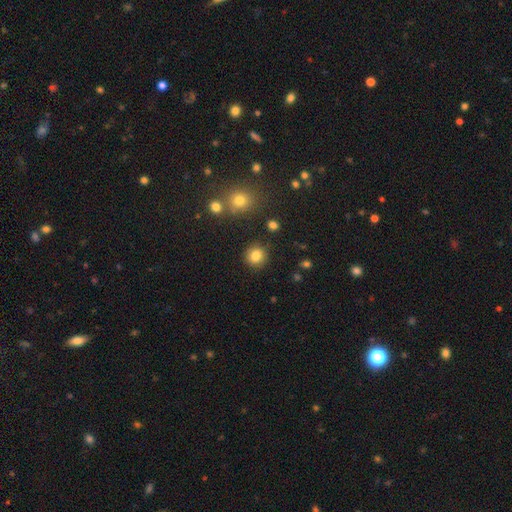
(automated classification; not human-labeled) This is clearly a smooth galaxy (83%). How rounded: clearly round (90%). Merging: clearly none (88%).